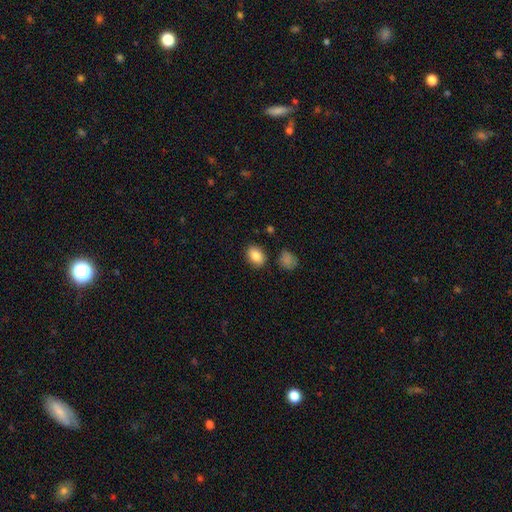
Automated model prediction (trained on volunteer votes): A smooth galaxy with no disk features (86%) that is in between round and cigar-shaped (76%). Merging: none (84%).